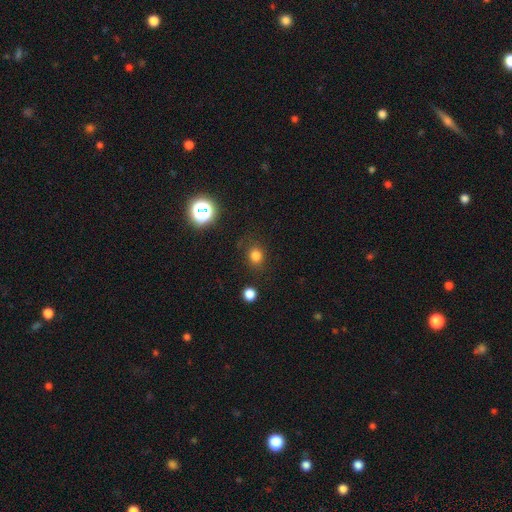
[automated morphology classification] smooth 79%, star or artifact 16%, featured or disk 5%. Down the decision tree: how rounded — round (75%); merging — none (82%).